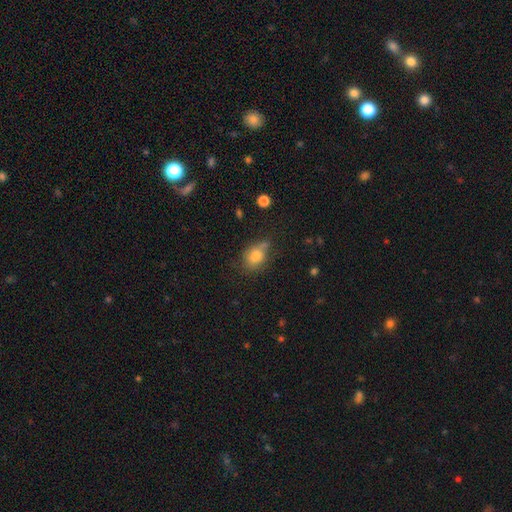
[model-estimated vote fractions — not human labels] A smooth galaxy with no disk features (78%) that is in between round and cigar-shaped (64%).

Vote fractions:
- Smooth or featured? smooth: 78% / featured or disk: 12% / star or artifact: 11%
- How rounded? in between: 64% / round: 34% / cigar-shaped: 2%
- Merging? none: 53% / minor disturbance: 29% / major disturbance: 10% / merger: 8%